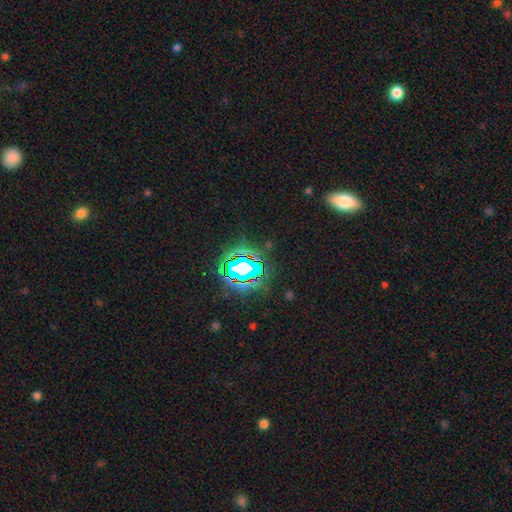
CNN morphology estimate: star or artifact 74%, smooth 17%, featured or disk 9%.